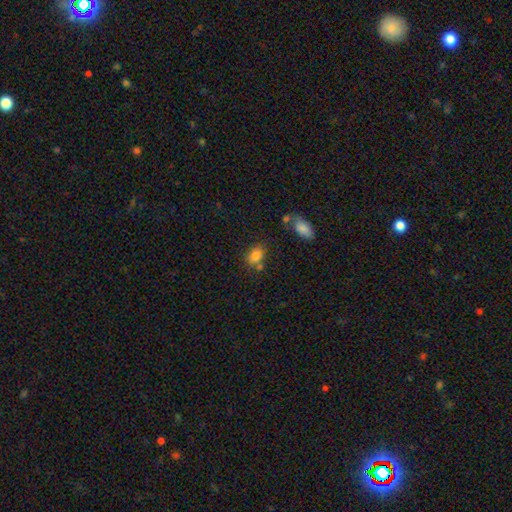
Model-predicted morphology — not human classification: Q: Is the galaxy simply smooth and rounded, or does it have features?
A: smooth — 81%.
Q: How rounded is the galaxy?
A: in between — 71%.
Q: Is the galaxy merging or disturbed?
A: none — 64%.